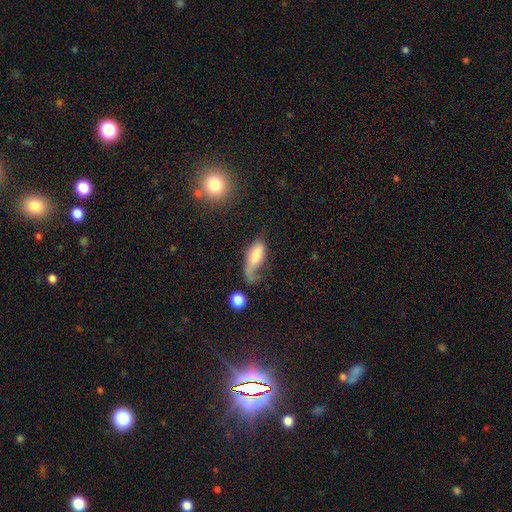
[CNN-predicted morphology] Smooth or featured?
  - smooth: 65% *
  - featured or disk: 26%
  - star or artifact: 8%
How rounded?
  - in between: 81% *
  - cigar-shaped: 15%
  - round: 4%
Merging?
  - major disturbance: 45% *
  - none: 23%
  - minor disturbance: 22%
  - merger: 11%